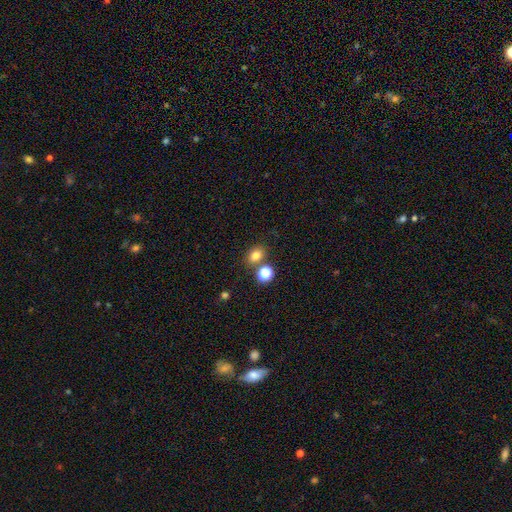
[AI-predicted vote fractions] Smooth or featured: smooth — 78% (star or artifact — 15%)
How rounded: in between — 52% (round — 47%)
Merging: none — 72% (merger — 14%)